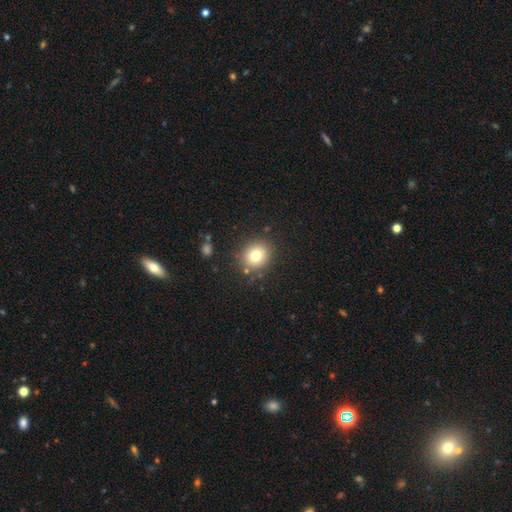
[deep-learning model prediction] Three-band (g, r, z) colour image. It shows a smooth galaxy with no disk features (77%) that is round (78%). Merging: none (86%).